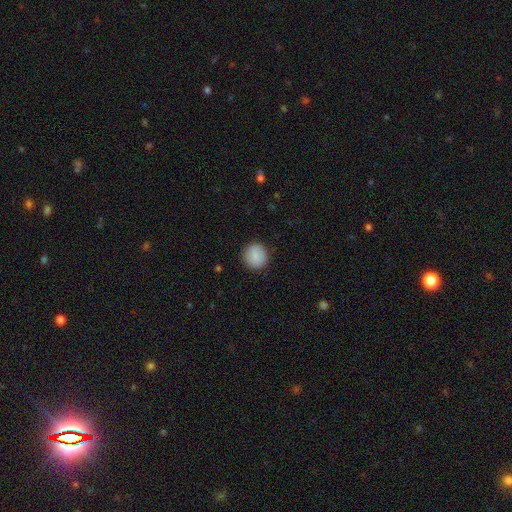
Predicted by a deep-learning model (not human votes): smooth-or-featured: smooth: 87% | star or artifact: 7% | featured or disk: 5%
  how-rounded: round: 90% | in between: 9% | cigar-shaped: 1%
  merging: none: 90% | minor disturbance: 7% | major disturbance: 2% | merger: 1%